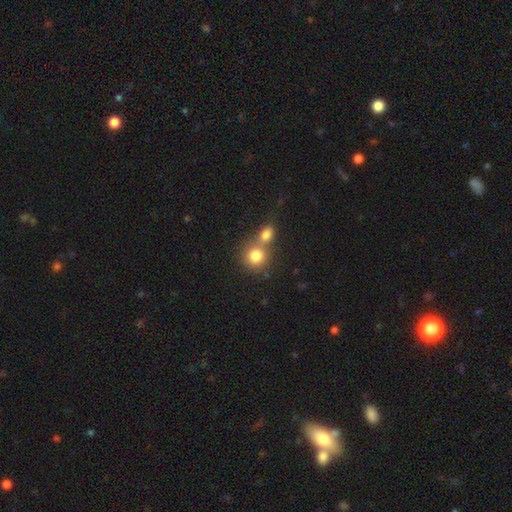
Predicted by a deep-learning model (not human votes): A smooth galaxy with no disk features (80%) that is round (85%).

Vote fractions:
- Smooth or featured? smooth: 80% / star or artifact: 10% / featured or disk: 9%
- How rounded? round: 85% / in between: 14% / cigar-shaped: 1%
- Merging? merger: 49% / none: 42% / minor disturbance: 7% / major disturbance: 3%